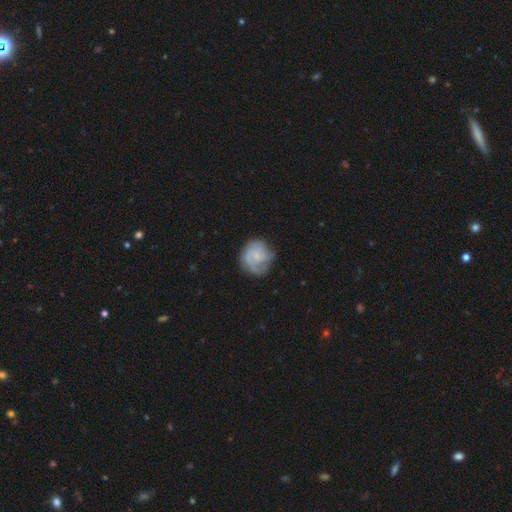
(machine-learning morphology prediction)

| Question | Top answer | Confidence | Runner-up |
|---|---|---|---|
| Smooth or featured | featured or disk | 54% | smooth (39%) |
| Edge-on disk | no | 98% | yes (2%) |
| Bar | no | 72% | weak (24%) |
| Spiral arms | yes | 79% | no (21%) |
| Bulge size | small | 57% | moderate (21%) |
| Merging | none | 60% | minor disturbance (24%) |